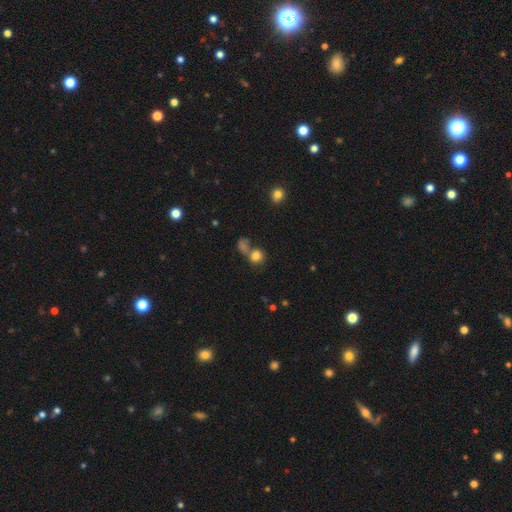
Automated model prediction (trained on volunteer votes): This appears to be a smooth galaxy with no disk features (79%) that is round (79%). Merging: none (47%).